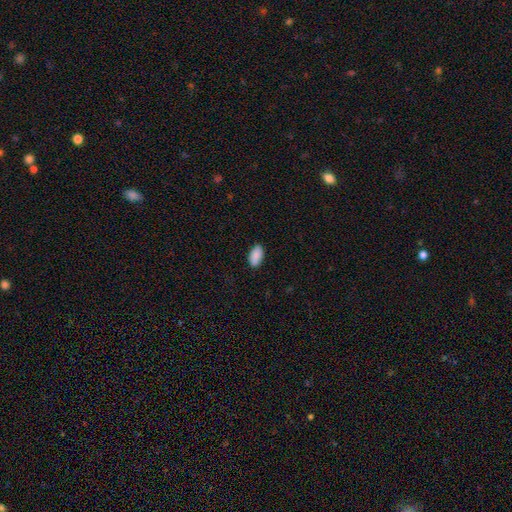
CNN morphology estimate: Q: Smooth or featured?
A: smooth (89%); runner-up: star or artifact (7%)
Q: How rounded?
A: in between (94%); runner-up: cigar-shaped (3%)
Q: Merging?
A: none (85%); runner-up: minor disturbance (12%)